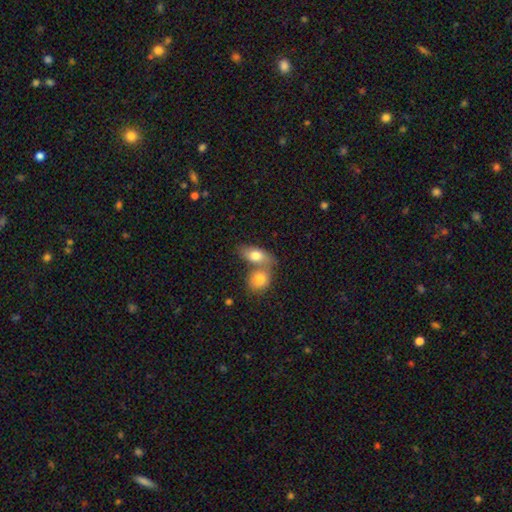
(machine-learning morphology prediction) Overall: smooth (77%). How rounded: in between (81%). Merging: merger (57%; none 32%).